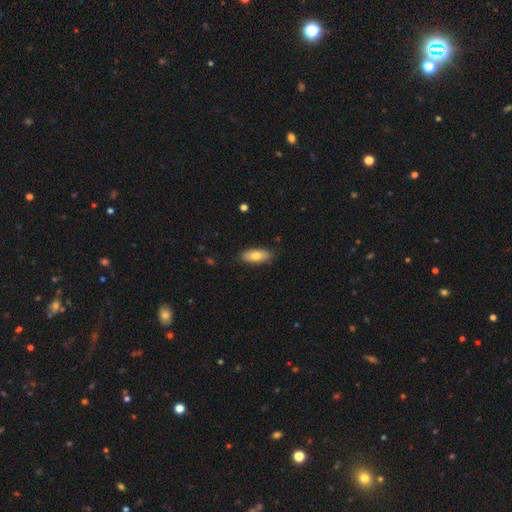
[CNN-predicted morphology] This is likely a smooth galaxy (74%). How rounded: clearly in between (81%). Merging: clearly none (85%).